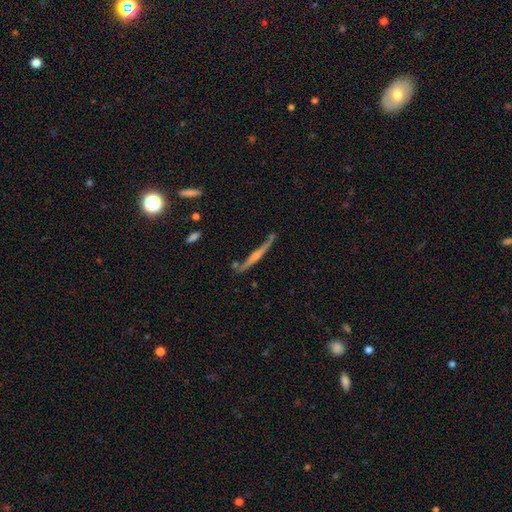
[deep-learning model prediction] smooth-or-featured: featured or disk: 74% | smooth: 19% | star or artifact: 7%
  disk-edge-on: yes: 97% | no: 3%
    edge-on-bulge: rounded: 67% | none: 22% | boxy: 11%
  merging: none: 80% | minor disturbance: 13% | merger: 3% | major disturbance: 3%